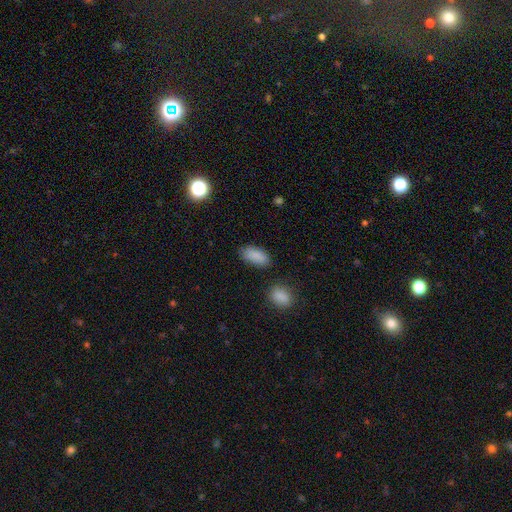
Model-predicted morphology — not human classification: smooth-or-featured: smooth: 88% | star or artifact: 7% | featured or disk: 4%
  how-rounded: in between: 92% | cigar-shaped: 5% | round: 3%
  merging: none: 78% | minor disturbance: 14% | merger: 5% | major disturbance: 4%